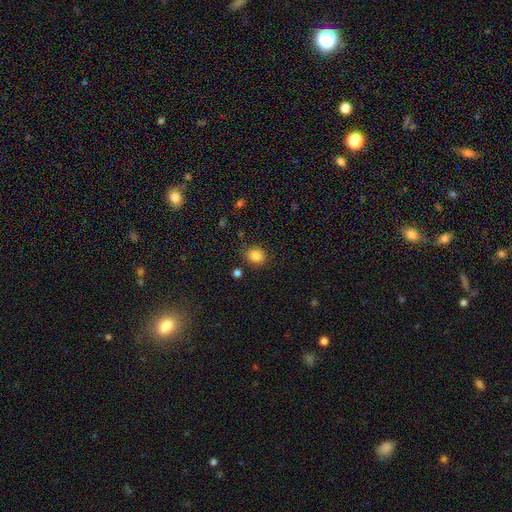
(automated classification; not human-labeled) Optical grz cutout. It shows a smooth galaxy with no disk features (86%) that is round (69%). Merging: none (78%).